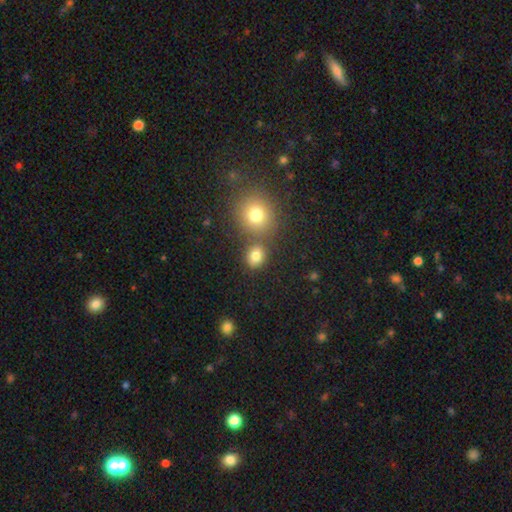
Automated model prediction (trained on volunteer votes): smooth 80%, star or artifact 13%, featured or disk 7%. Down the decision tree: how rounded — round (59%); merging — none (68%).